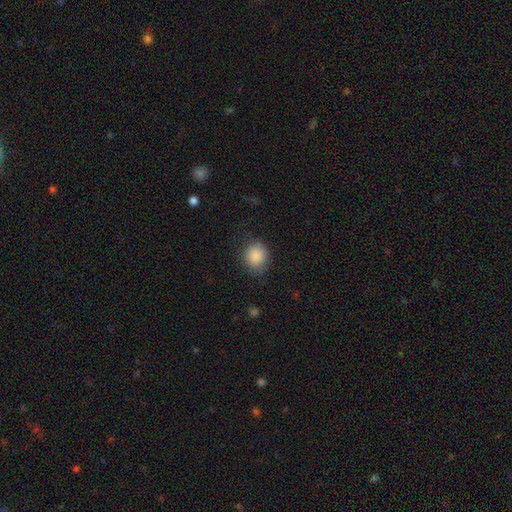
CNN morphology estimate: A smooth galaxy with no disk features (88%) that is round (69%).

Vote fractions:
- Smooth or featured? smooth: 88% / star or artifact: 8% / featured or disk: 4%
- How rounded? round: 69% / in between: 30% / cigar-shaped: 1%
- Merging? none: 76% / minor disturbance: 17% / major disturbance: 5% / merger: 1%